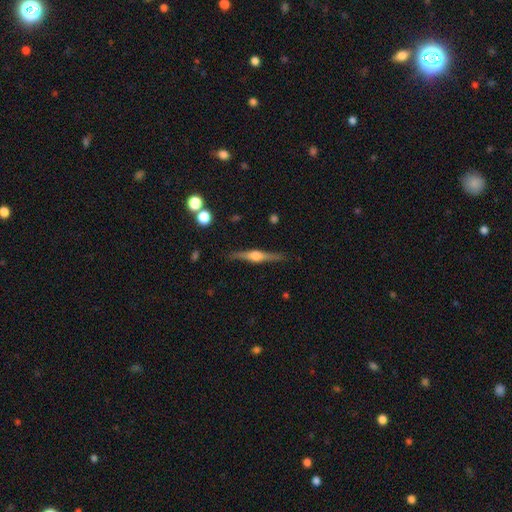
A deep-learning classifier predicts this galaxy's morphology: type=featured or disk (78%); edge-on=yes (98%); edge-on bulge=rounded (92%); merging=none (89%).